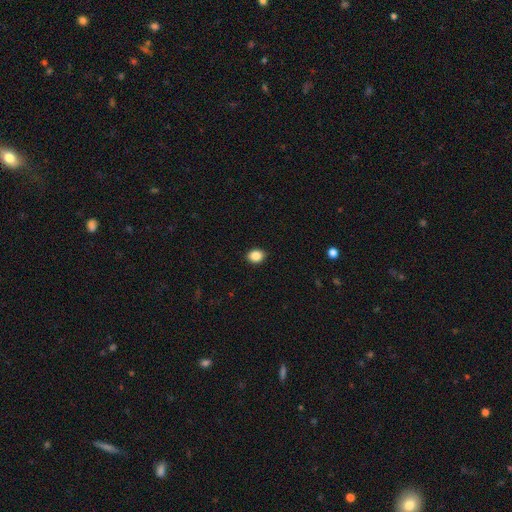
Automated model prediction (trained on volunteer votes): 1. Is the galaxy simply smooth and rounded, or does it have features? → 86% smooth, 9% star or artifact, 4% featured or disk.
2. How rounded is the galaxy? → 50% round, 49% in between, 1% cigar-shaped.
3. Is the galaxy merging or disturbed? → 91% none, 7% minor disturbance, 2% major disturbance, 1% merger.